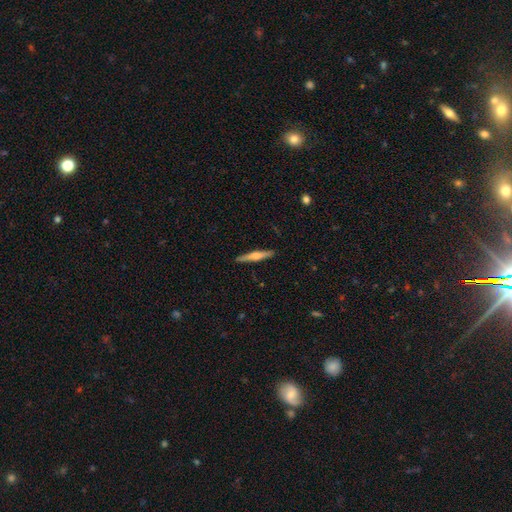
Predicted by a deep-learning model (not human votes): Smooth or featured?
  - featured or disk: 62% *
  - smooth: 32%
  - star or artifact: 6%
Edge-on disk?
  - yes: 98% *
  - no: 2%
Edge-on bulge?
  - rounded: 83% *
  - boxy: 10%
  - none: 7%
Merging?
  - none: 91% *
  - minor disturbance: 6%
  - major disturbance: 1%
  - merger: 1%